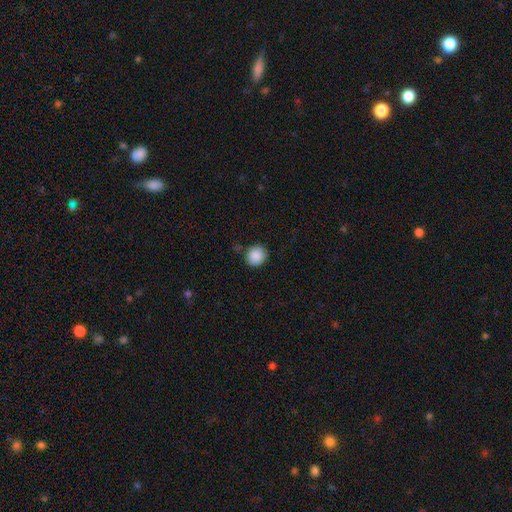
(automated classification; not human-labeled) Morphology: type=smooth (89%); roundness=round (83%); merging=none (84%).